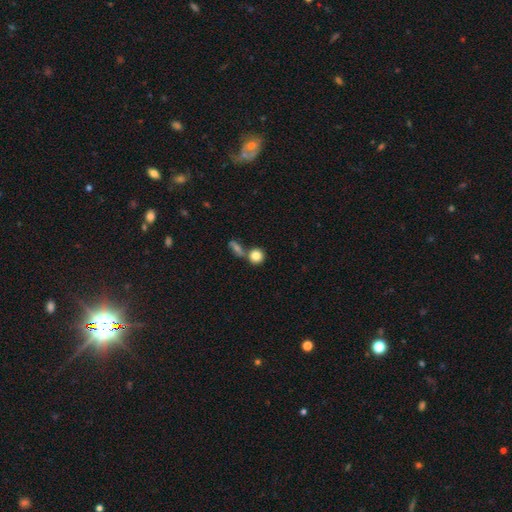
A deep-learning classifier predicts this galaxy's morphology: Q: Smooth or featured?
A: smooth (83%); runner-up: star or artifact (9%)
Q: How rounded?
A: round (86%); runner-up: in between (12%)
Q: Merging?
A: none (58%); runner-up: merger (29%)